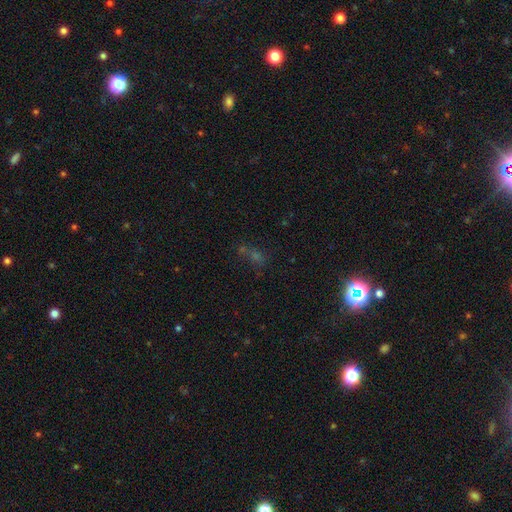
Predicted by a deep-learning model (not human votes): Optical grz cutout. It shows a star or artifact, not a galaxy (52%).